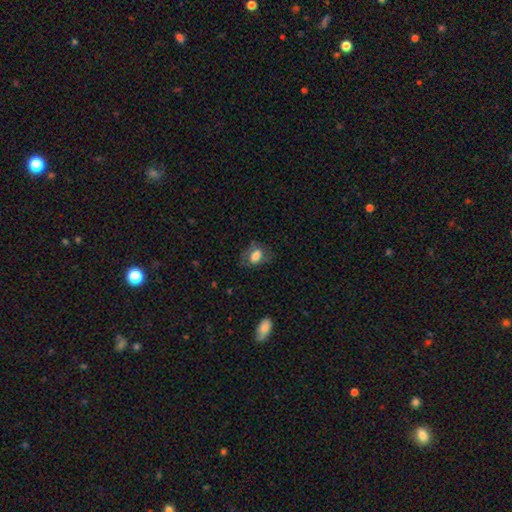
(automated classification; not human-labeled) Smooth or featured? Predicted: smooth (p=0.72). How rounded? Predicted: in between (p=0.79). Merging? Predicted: none (p=0.61).